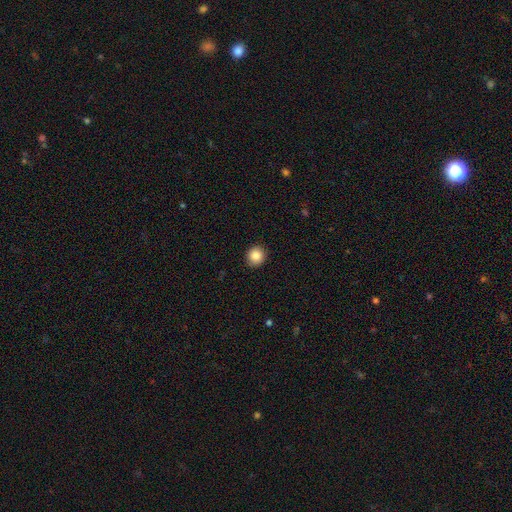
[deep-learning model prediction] Morphology: type=smooth (87%); roundness=round (87%); merging=none (90%).